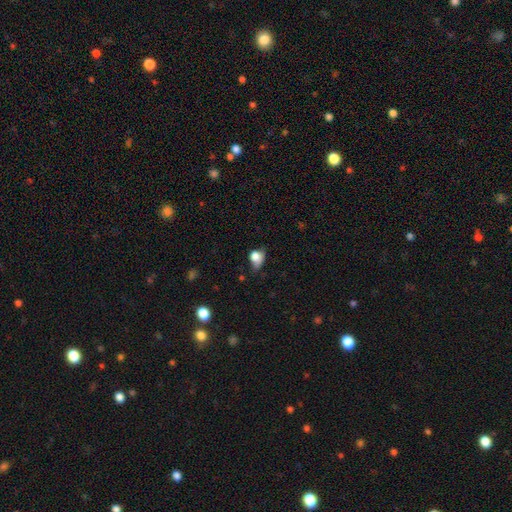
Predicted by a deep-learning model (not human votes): The model was most divided on "merging": minor disturbance: 43%, none: 31%, major disturbance: 22%, merger: 4%. More confident: smooth or featured — smooth (75%); how rounded — in between (56%).